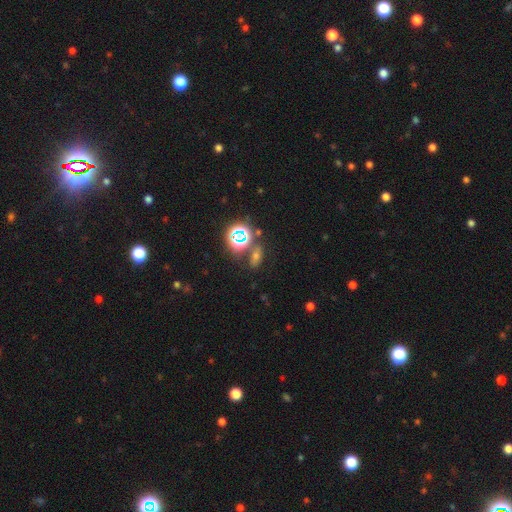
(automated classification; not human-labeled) This appears to be a smooth galaxy with no disk features (46%). Merging: none (71%).